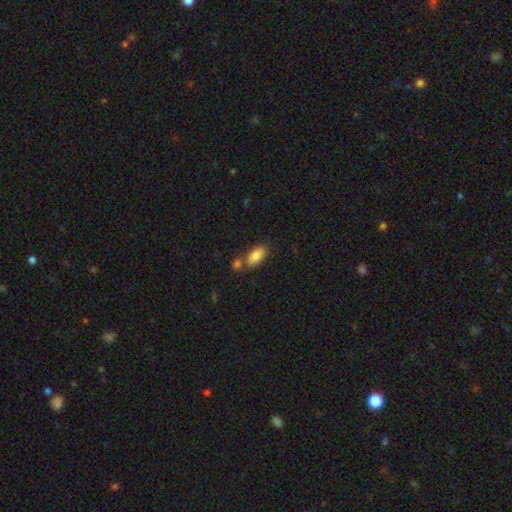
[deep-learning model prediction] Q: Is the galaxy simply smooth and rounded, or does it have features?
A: smooth — 83%.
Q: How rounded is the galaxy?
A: in between — 89%.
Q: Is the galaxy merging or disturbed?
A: none — 57%.